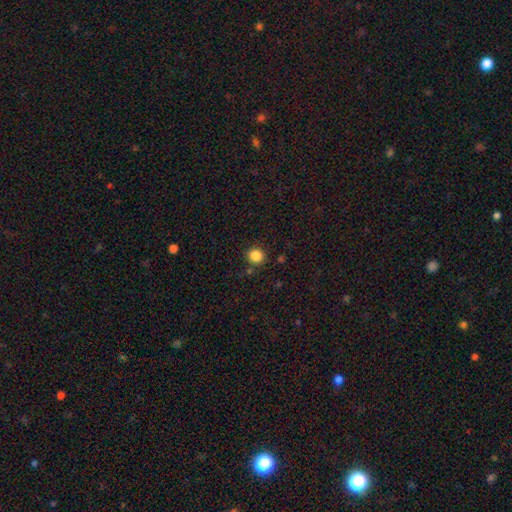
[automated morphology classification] type=smooth (85%); roundness=round (91%); merging=none (87%).